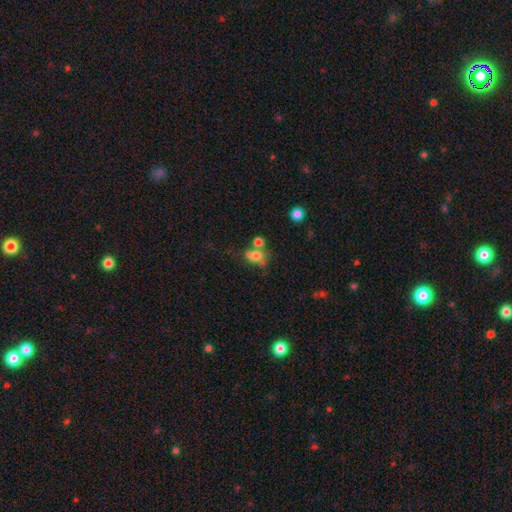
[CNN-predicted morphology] Smooth or featured?
  - smooth: 68% *
  - featured or disk: 18%
  - star or artifact: 14%
How rounded?
  - round: 64% *
  - in between: 35%
  - cigar-shaped: 1%
Merging?
  - merger: 45% *
  - none: 33%
  - minor disturbance: 12%
  - major disturbance: 9%